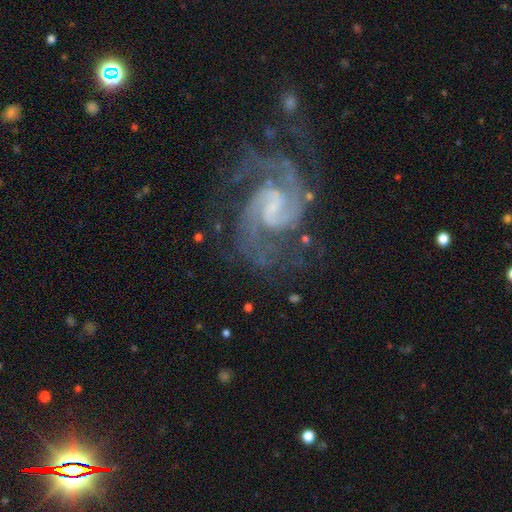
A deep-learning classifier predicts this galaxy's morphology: Smooth or featured? Predicted: featured or disk (p=0.92). Edge-on disk? Predicted: no (p=0.98). Bar? Predicted: weak (p=0.57). Spiral arms? Predicted: yes (p=0.98). Spiral winding? Predicted: medium (p=0.58). Spiral arm count? Predicted: 2 (p=0.81). Bulge size? Predicted: small (p=0.43). Merging? Predicted: none (p=0.71).